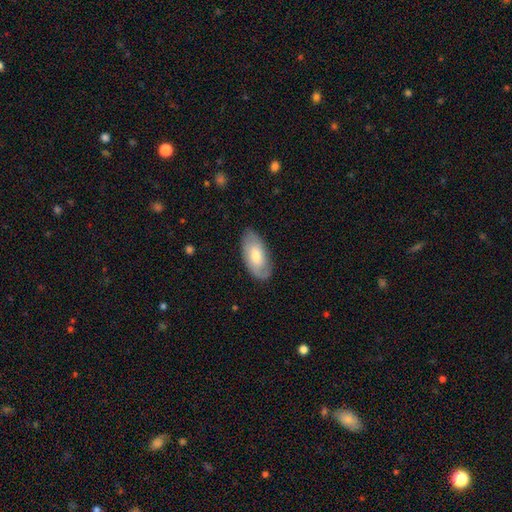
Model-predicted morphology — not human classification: Smooth or featured? Predicted: smooth (p=0.61). How rounded? Predicted: in between (p=0.93). Merging? Predicted: none (p=0.80).